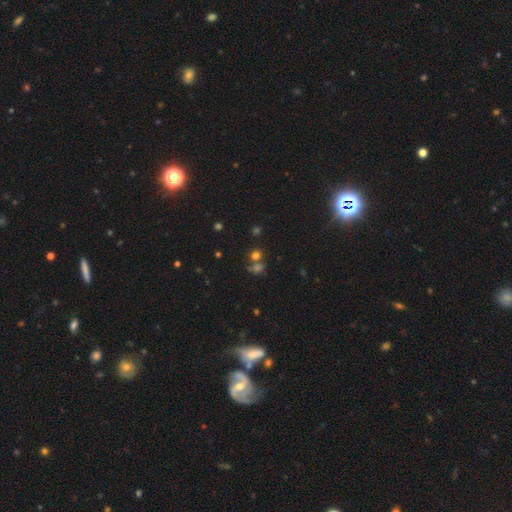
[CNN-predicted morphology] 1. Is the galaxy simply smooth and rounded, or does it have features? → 66% smooth, 25% star or artifact, 8% featured or disk.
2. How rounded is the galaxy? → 77% round, 22% in between, 1% cigar-shaped.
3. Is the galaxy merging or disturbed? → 55% none, 33% merger, 8% minor disturbance, 4% major disturbance.